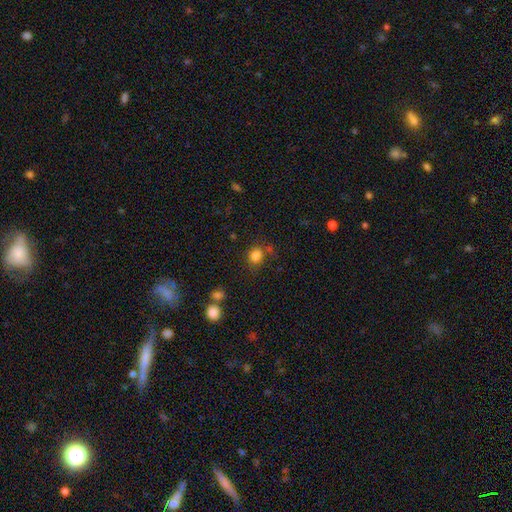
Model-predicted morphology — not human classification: The model was most divided on "how rounded": round: 68%, in between: 31%, cigar-shaped: 1%. More confident: smooth or featured — smooth (81%); merging — none (69%).